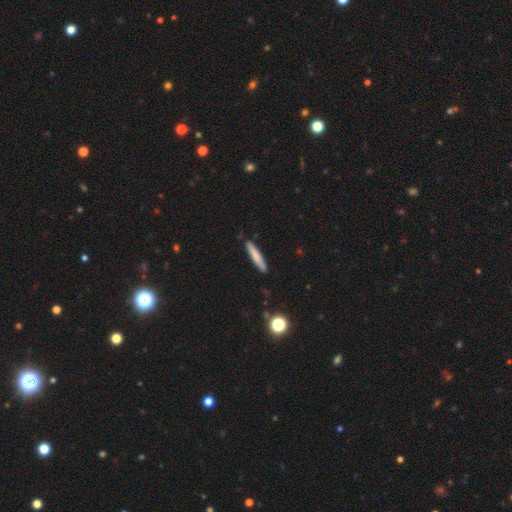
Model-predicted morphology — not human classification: Overall: smooth (73%). How rounded: cigar-shaped (92%). Merging: none (87%).